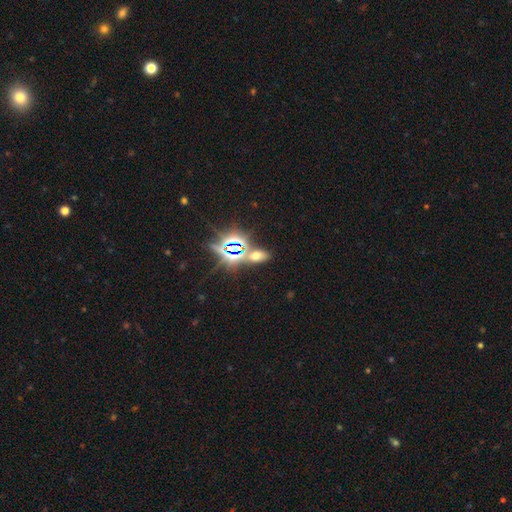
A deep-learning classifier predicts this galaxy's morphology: Smooth or featured? Predicted: smooth (p=0.46). Merging? Predicted: none (p=0.74).